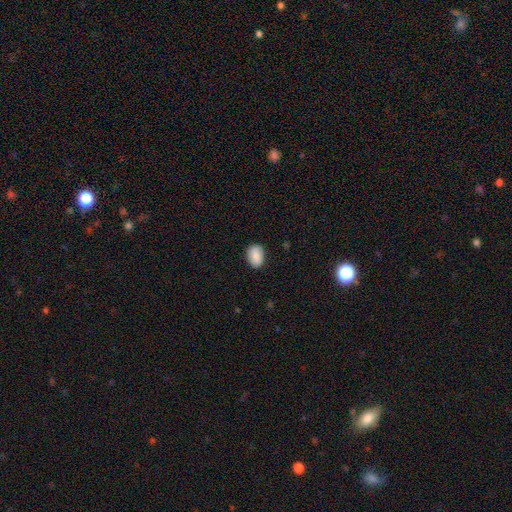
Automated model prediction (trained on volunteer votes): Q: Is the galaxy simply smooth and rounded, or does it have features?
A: smooth — 86%.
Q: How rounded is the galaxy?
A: in between — 78%.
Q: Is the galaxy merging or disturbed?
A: none — 83%.